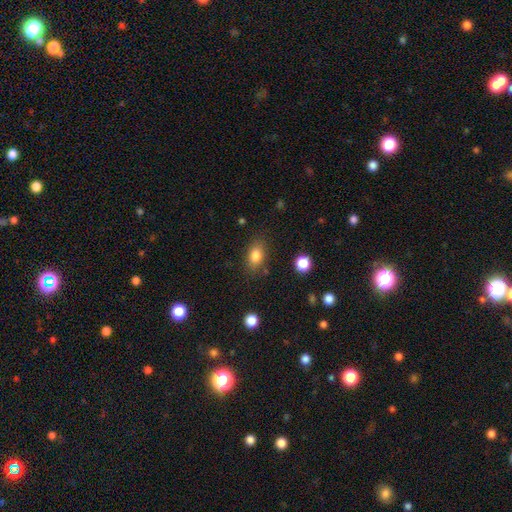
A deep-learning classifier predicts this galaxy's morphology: Smooth or featured? smooth (83%)
How rounded? in between (82%)
Merging? none (80%)